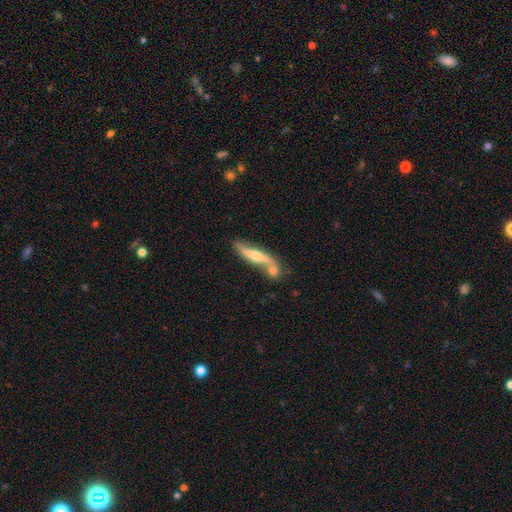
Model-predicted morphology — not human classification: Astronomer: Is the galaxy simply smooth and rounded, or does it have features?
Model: featured or disk — 73%.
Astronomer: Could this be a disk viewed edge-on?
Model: yes — 58% (runner-up: no, 42%).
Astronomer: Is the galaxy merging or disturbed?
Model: none — 52%.